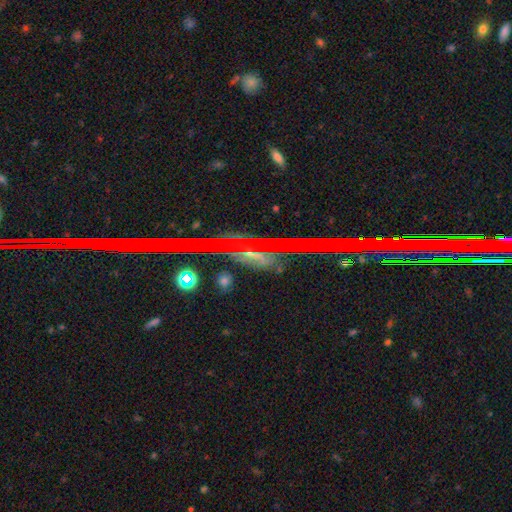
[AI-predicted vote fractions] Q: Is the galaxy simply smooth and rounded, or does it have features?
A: star or artifact — 54%.